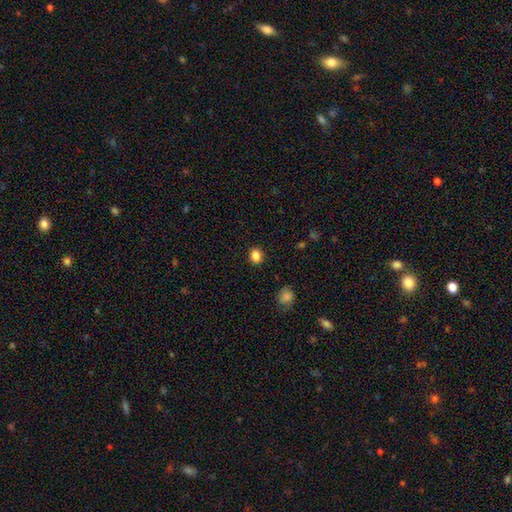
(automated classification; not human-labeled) smooth-or-featured: smooth: 85% | star or artifact: 11% | featured or disk: 4%
  how-rounded: round: 52% | in between: 47% | cigar-shaped: 1%
  merging: none: 88% | minor disturbance: 8% | major disturbance: 2% | merger: 1%